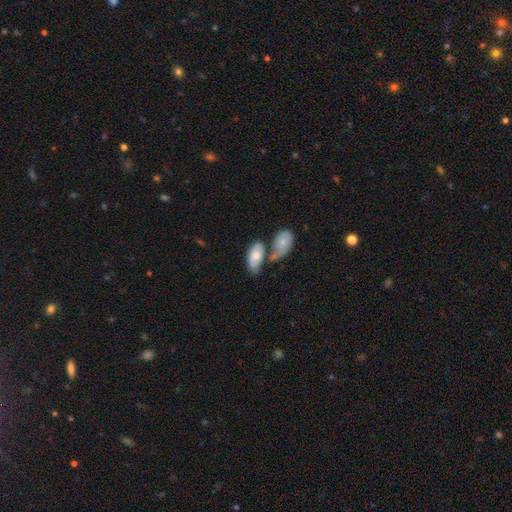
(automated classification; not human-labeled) Smooth or featured? smooth (65%)
How rounded? in between (91%)
Merging? merger (45%)